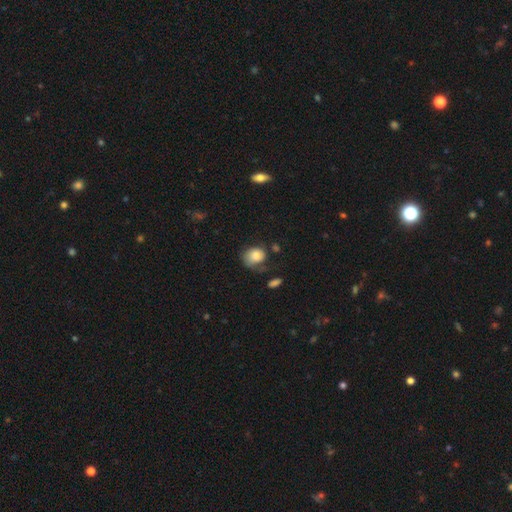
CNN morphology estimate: The model was most divided on "how rounded": round: 52%, in between: 47%, cigar-shaped: 1%. Remaining: smooth or featured — smooth (76%); merging — none (42%).